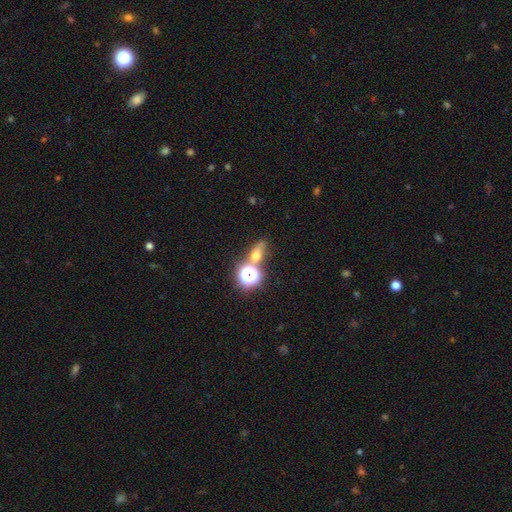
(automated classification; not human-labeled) Morphology: type=smooth (50%); merging=none (56%).